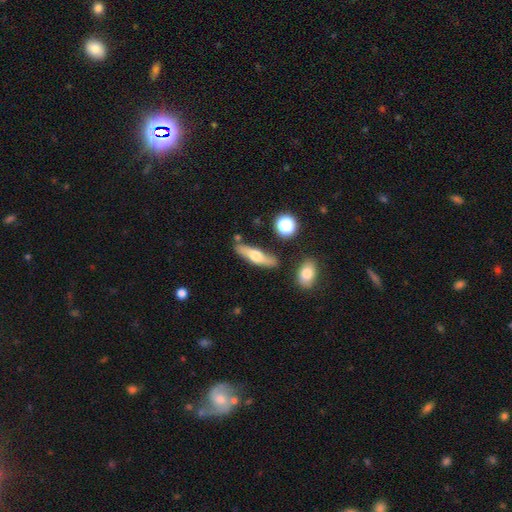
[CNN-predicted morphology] A smooth galaxy with no disk features (47%).

Vote fractions:
- Smooth or featured? smooth: 47% / featured or disk: 46% / star or artifact: 7%
- Merging? none: 77% / minor disturbance: 14% / merger: 6% / major disturbance: 3%